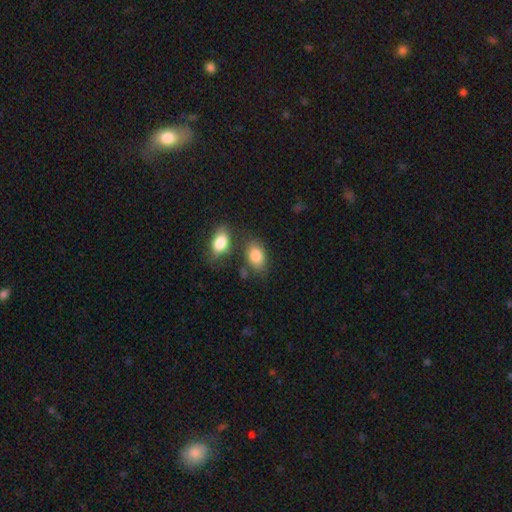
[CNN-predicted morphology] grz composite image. It shows a smooth galaxy with no disk features (84%) that is in between round and cigar-shaped (86%). Merging: none (63%).